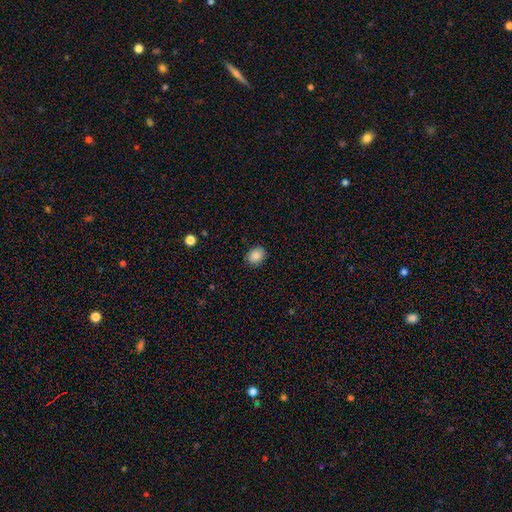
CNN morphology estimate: A smooth galaxy with no disk features (87%) that is in between round and cigar-shaped (54%). Merging: none (88%).